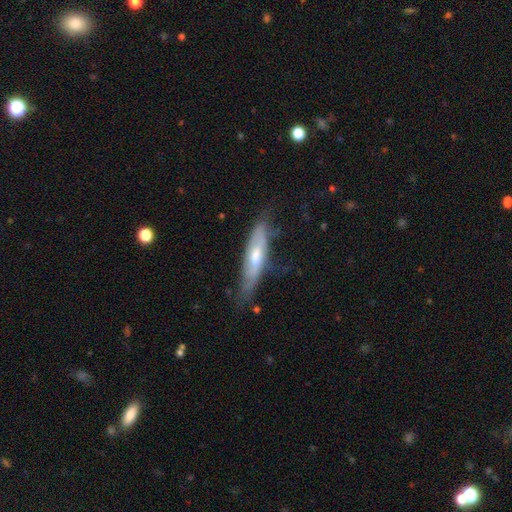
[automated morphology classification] Smooth or featured? featured or disk (48%)
Merging? none (62%)